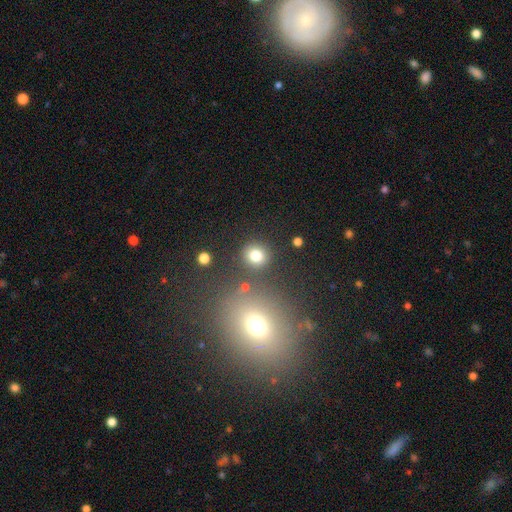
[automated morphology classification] The model was most divided on "smooth or featured": smooth: 78%, star or artifact: 15%, featured or disk: 7%. More confident: how rounded — round (88%); merging — none (84%).